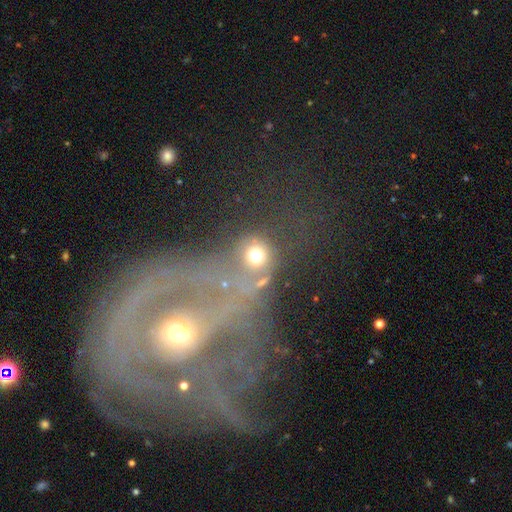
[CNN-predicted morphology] Smooth or featured? smooth (59%)
How rounded? round (83%)
Merging? none (53%)